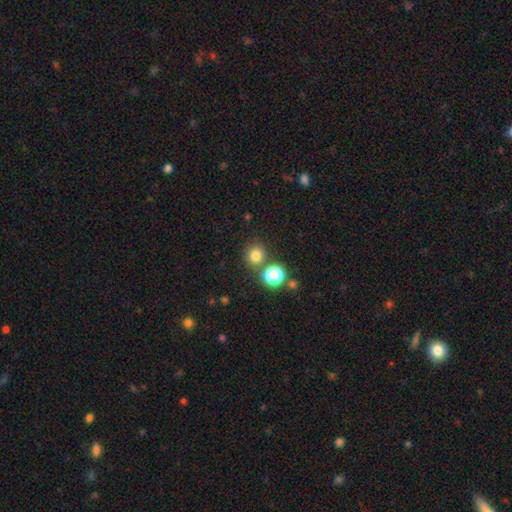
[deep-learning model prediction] smooth_or_featured: smooth (p=0.77) [alt: star or artifact p=0.17]
how_rounded: round (p=0.91) [alt: in between p=0.08]
merging: none (p=0.79) [alt: merger p=0.11]